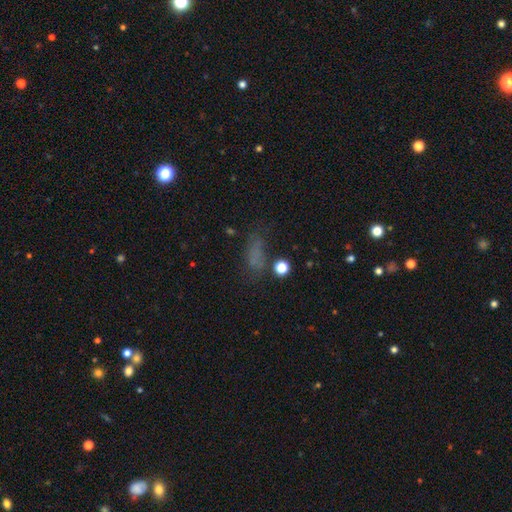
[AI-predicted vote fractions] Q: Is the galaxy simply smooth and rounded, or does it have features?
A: smooth — 60%.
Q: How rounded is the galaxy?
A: in between — 72%.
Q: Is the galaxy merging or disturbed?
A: none — 51%.